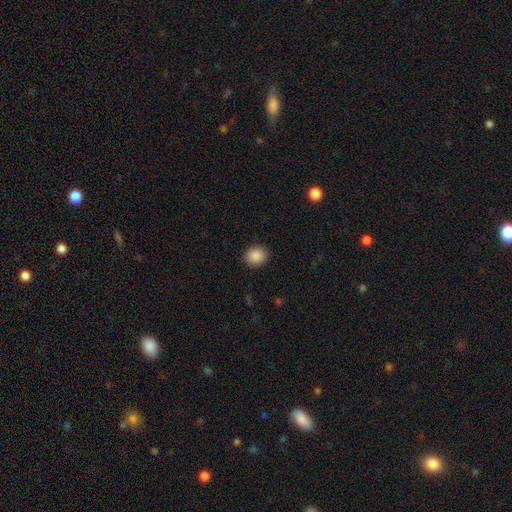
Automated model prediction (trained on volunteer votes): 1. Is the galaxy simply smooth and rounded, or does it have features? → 89% smooth, 8% star or artifact, 3% featured or disk.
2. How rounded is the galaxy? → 72% round, 27% in between, 1% cigar-shaped.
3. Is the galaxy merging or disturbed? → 89% none, 8% minor disturbance, 2% major disturbance, 1% merger.